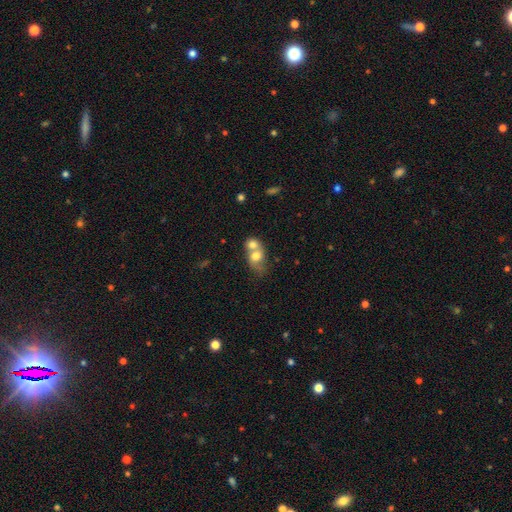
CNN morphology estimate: Q: Smooth or featured?
A: smooth (69%); runner-up: featured or disk (22%)
Q: How rounded?
A: round (50%); runner-up: in between (48%)
Q: Merging?
A: merger (72%); runner-up: none (17%)